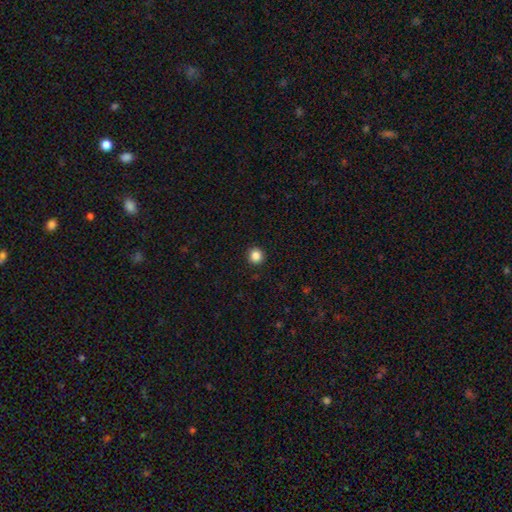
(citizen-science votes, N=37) Smooth or featured: smooth — 89% (featured or disk — 5%)
How rounded: round — 94% (in between — 6%)
Merging: none — 94% (major disturbance — 6%)